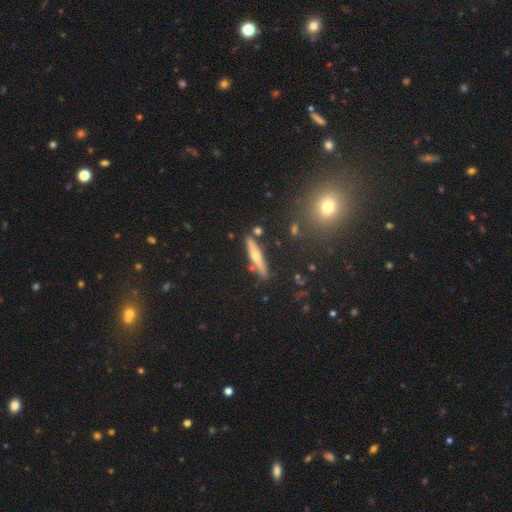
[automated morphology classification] featured or disk 56%, smooth 35%, star or artifact 10%. Down the decision tree: edge-on disk — yes (93%); edge-on bulge — rounded (87%); merging — none (85%).